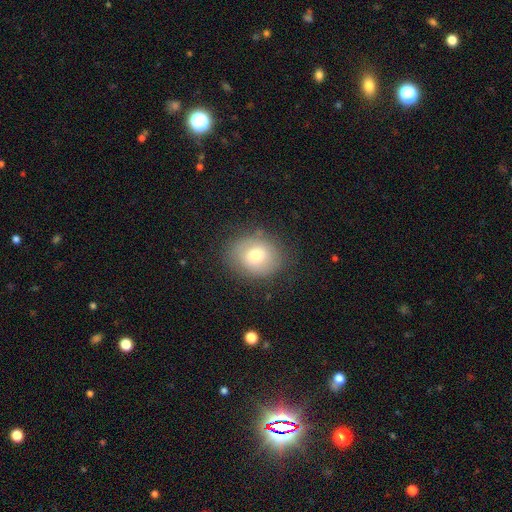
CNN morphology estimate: Smooth or featured? Predicted: smooth (p=0.67). How rounded? Predicted: round (p=0.66). Merging? Predicted: none (p=0.78).